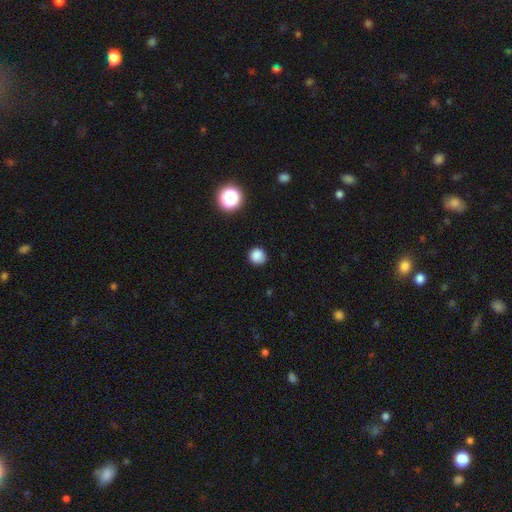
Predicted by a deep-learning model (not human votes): Morphology: type=smooth (84%); roundness=round (91%); merging=none (88%).